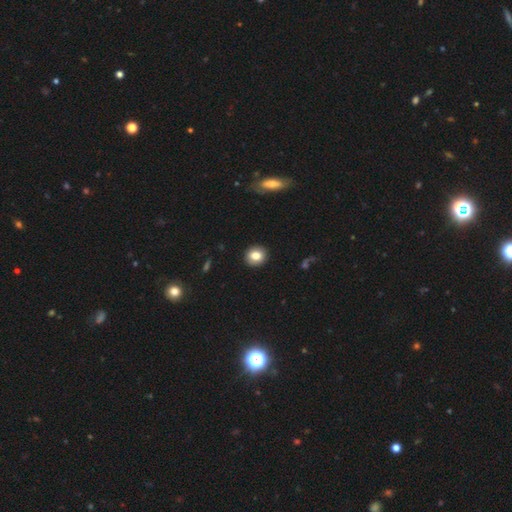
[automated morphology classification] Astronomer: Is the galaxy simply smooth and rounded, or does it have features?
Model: smooth — 82%.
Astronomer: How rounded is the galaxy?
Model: round — 78%.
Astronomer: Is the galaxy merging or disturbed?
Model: none — 91%.